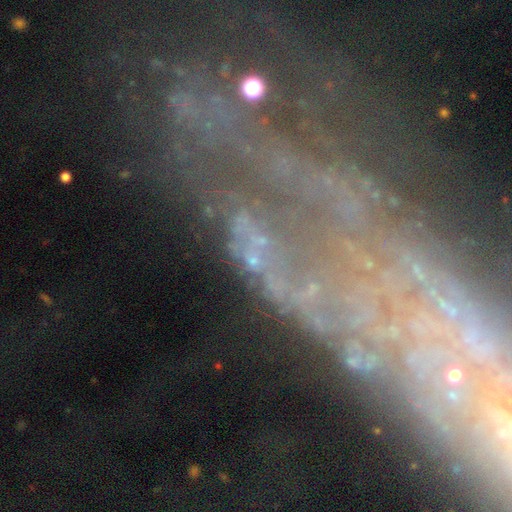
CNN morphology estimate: smooth-or-featured: featured or disk: 47% | star or artifact: 38% | smooth: 15%
  merging: none: 58% | major disturbance: 19% | minor disturbance: 16% | merger: 7%